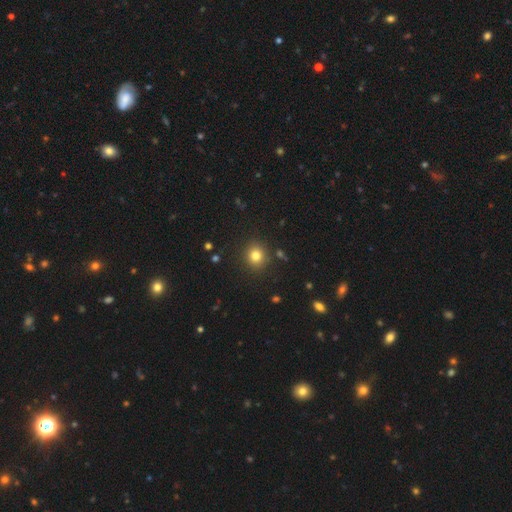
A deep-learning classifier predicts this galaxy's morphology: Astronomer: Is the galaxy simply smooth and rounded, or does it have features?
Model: smooth — 80%.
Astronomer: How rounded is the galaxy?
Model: round — 88%.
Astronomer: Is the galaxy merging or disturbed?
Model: none — 89%.